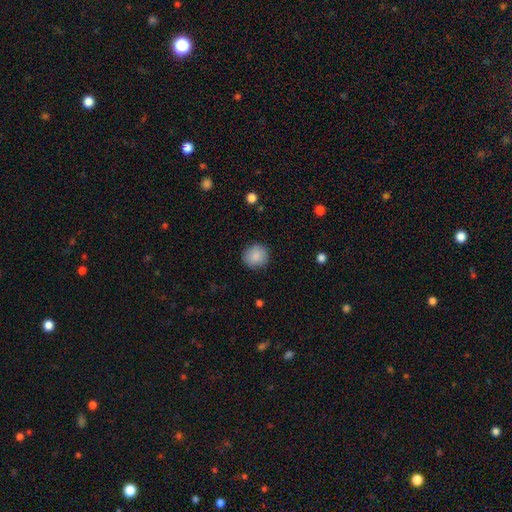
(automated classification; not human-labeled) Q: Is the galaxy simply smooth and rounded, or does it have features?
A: smooth — 87%.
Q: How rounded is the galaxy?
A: round — 90%.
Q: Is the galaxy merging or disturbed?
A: none — 88%.